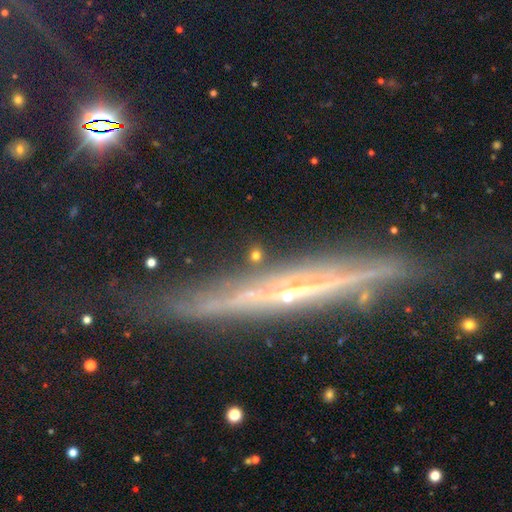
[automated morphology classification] Smooth or featured? smooth (54%)
How rounded? round (54%)
Merging? none (81%)